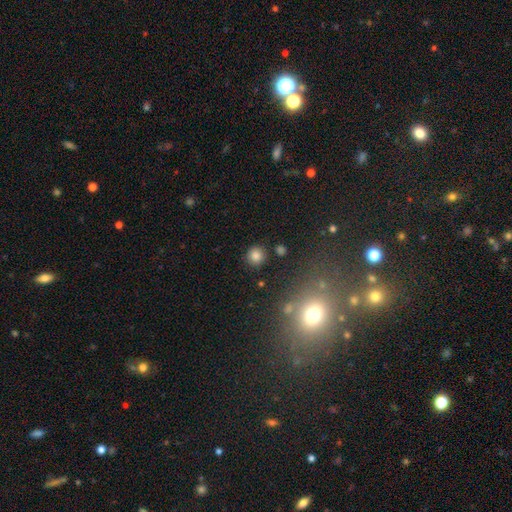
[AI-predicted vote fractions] A smooth galaxy with no disk features (82%) that is round (92%).

Vote fractions:
- Smooth or featured? smooth: 82% / star or artifact: 13% / featured or disk: 5%
- How rounded? round: 92% / in between: 7% / cigar-shaped: 1%
- Merging? none: 87% / minor disturbance: 7% / merger: 3% / major disturbance: 3%